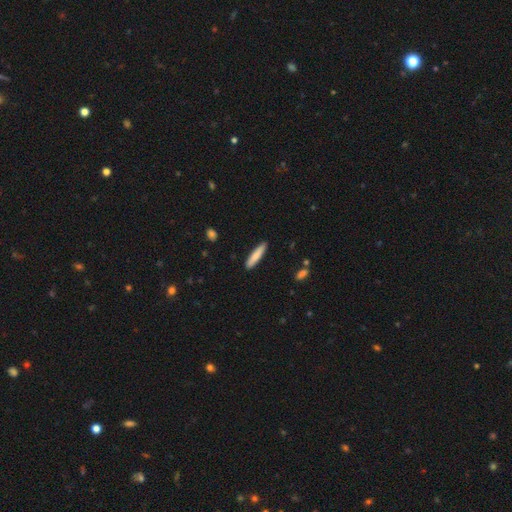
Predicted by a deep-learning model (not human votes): smooth 81%, featured or disk 13%, star or artifact 6%. Down the decision tree: how rounded — cigar-shaped (86%); merging — none (90%).